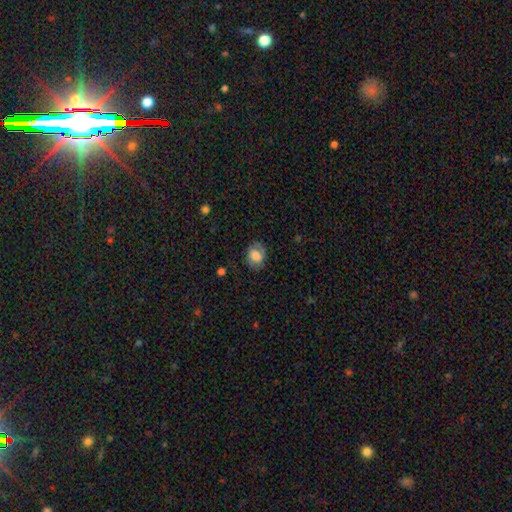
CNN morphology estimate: Overall: smooth (66%). How rounded: in between (59%; round 40%). Merging: none (77%).